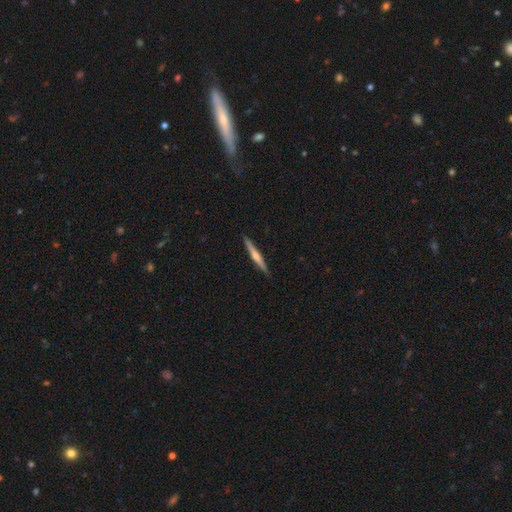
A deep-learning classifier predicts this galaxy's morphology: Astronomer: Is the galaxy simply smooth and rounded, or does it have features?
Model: featured or disk — 64%.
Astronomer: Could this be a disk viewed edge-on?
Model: yes — 98%.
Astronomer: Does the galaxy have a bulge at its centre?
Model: rounded — 78%.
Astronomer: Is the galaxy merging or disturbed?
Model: none — 91%.